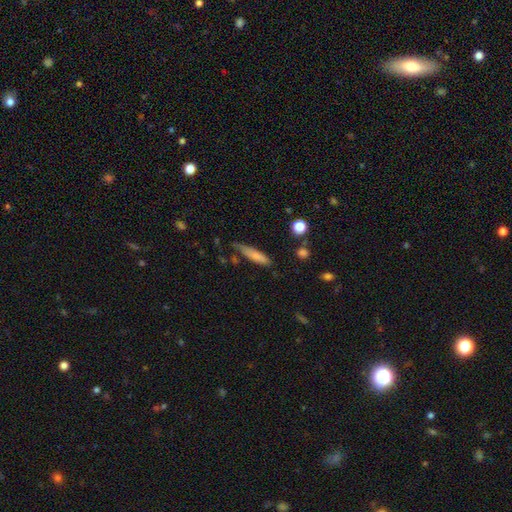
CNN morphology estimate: Overall: smooth (76%). How rounded: cigar-shaped (80%). Merging: none (63%; minor disturbance 26%).